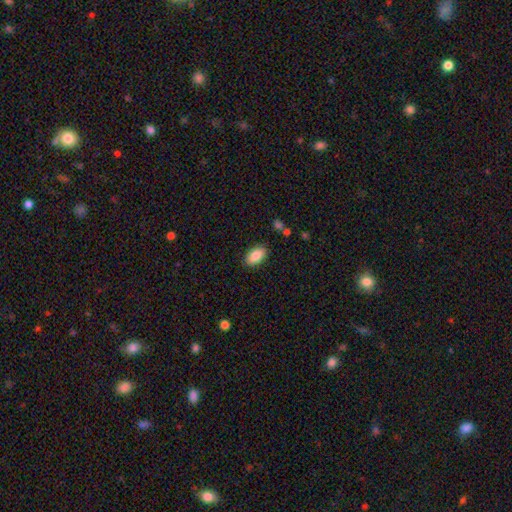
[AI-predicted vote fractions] Q: Smooth or featured?
A: smooth (87%); runner-up: star or artifact (7%)
Q: How rounded?
A: in between (93%); runner-up: round (4%)
Q: Merging?
A: none (87%); runner-up: minor disturbance (9%)